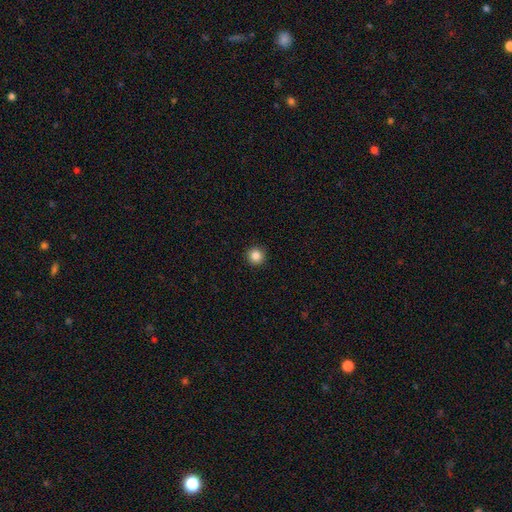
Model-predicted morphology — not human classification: smooth_or_featured: smooth (p=0.85) [alt: star or artifact p=0.10]
how_rounded: round (p=0.96) [alt: in between p=0.03]
merging: none (p=0.93) [alt: minor disturbance p=0.04]